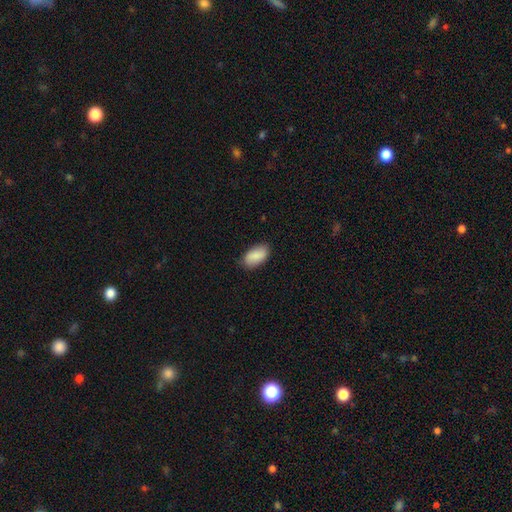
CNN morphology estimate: type=smooth (87%); roundness=in between (94%); merging=none (83%).